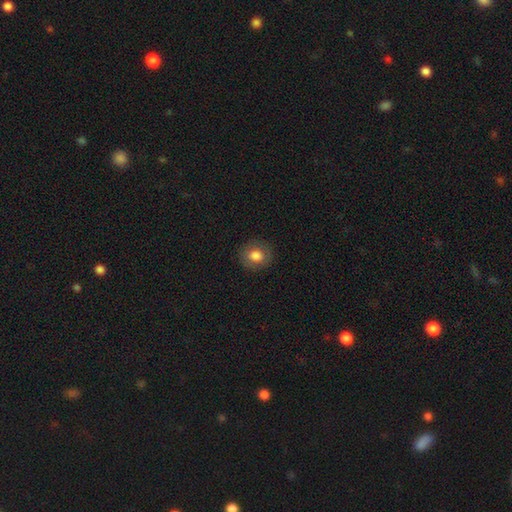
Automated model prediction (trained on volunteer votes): This is likely a smooth galaxy (79%). How rounded: likely round (79%). Merging: clearly none (87%).